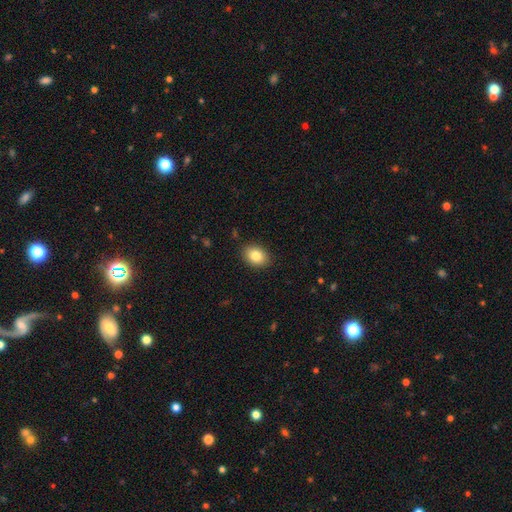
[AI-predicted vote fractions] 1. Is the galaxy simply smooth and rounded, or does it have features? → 84% smooth, 8% star or artifact, 8% featured or disk.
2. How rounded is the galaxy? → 74% in between, 25% round, 1% cigar-shaped.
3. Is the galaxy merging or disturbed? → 88% none, 9% minor disturbance, 2% major disturbance, 1% merger.